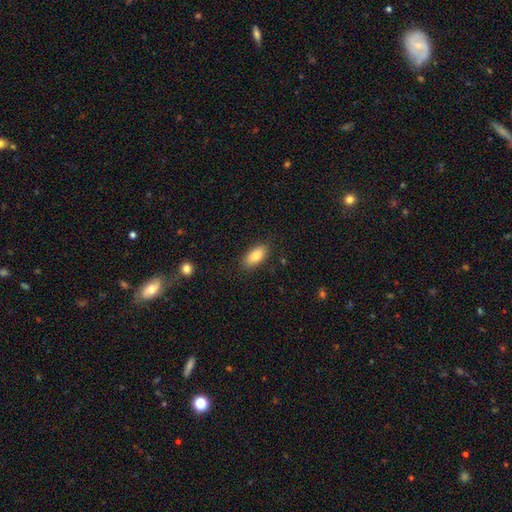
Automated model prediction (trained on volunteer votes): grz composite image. It shows a smooth galaxy with no disk features (85%) that is in between round and cigar-shaped (89%). Merging: none (85%).